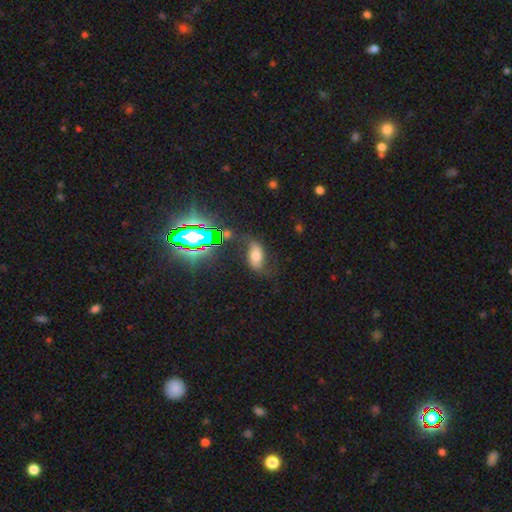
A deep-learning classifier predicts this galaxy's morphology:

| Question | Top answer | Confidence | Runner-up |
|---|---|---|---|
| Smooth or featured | smooth | 45% | featured or disk (33%) |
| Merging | none | 63% | minor disturbance (20%) |